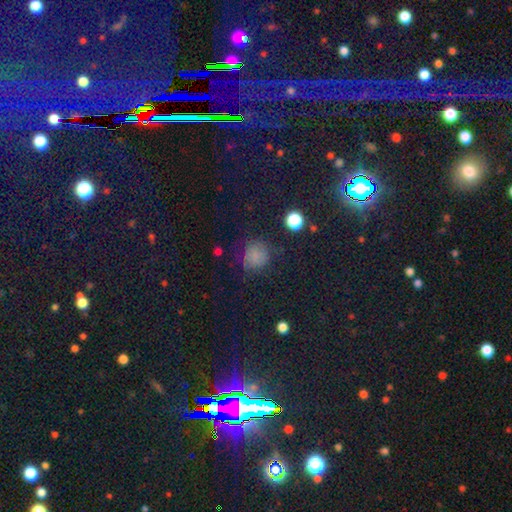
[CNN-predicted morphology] The model was most divided on "smooth or featured": smooth: 68%, star or artifact: 23%, featured or disk: 10%. More confident: how rounded — round (88%); merging — none (75%).